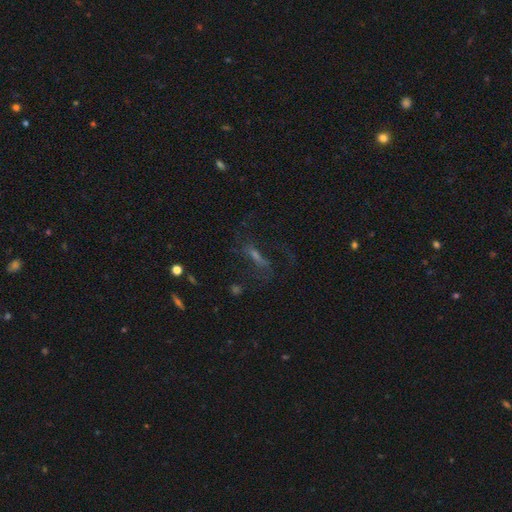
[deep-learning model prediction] Morphology: type=featured or disk (47%); merging=none (60%).